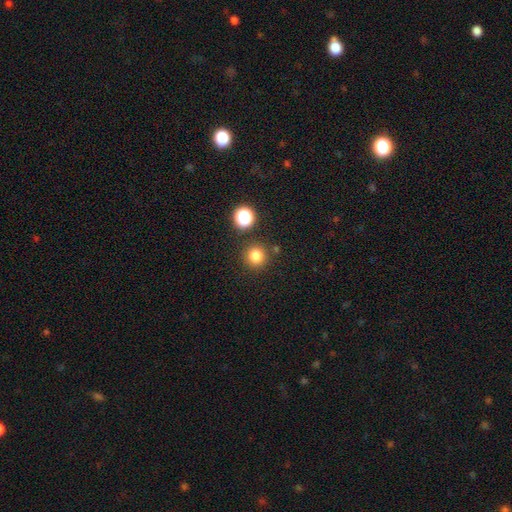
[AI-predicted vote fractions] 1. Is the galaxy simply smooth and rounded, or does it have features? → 80% smooth, 14% star or artifact, 5% featured or disk.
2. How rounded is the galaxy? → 94% round, 5% in between, 1% cigar-shaped.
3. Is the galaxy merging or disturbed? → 85% none, 7% minor disturbance, 5% merger, 3% major disturbance.